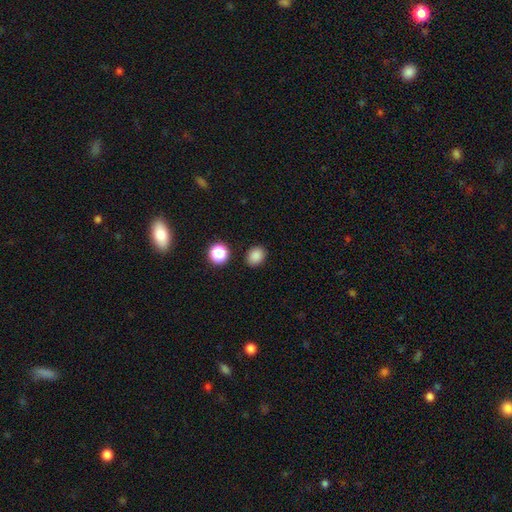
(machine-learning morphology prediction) Overall: smooth (85%). How rounded: in between (52%; round 47%). Merging: none (87%).